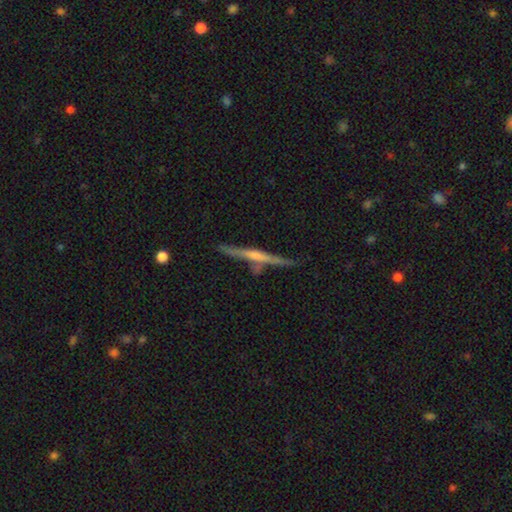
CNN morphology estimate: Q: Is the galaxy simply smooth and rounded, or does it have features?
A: featured or disk — 79%.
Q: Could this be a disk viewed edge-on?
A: yes — 98%.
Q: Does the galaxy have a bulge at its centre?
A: rounded — 69%.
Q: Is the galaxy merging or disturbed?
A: none — 87%.